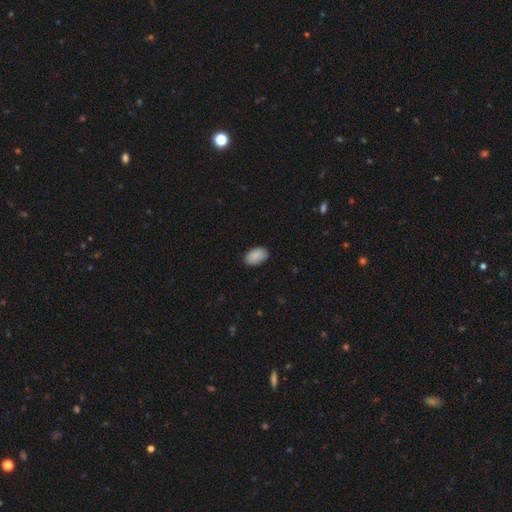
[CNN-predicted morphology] Overall: smooth (89%). How rounded: in between (93%). Merging: none (86%).